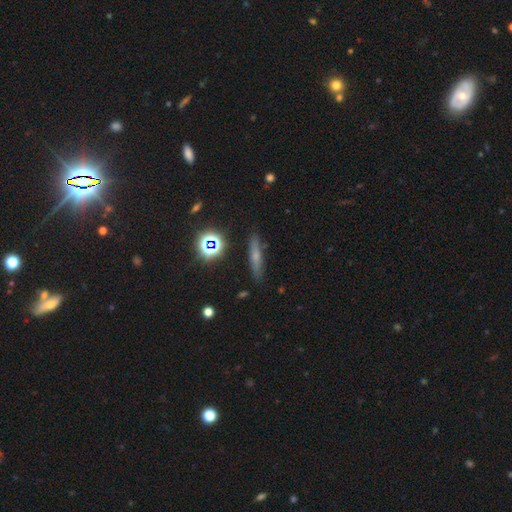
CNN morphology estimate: smooth 54%, featured or disk 29%, star or artifact 17%. Down the decision tree: how rounded — cigar-shaped (81%); merging — none (86%).